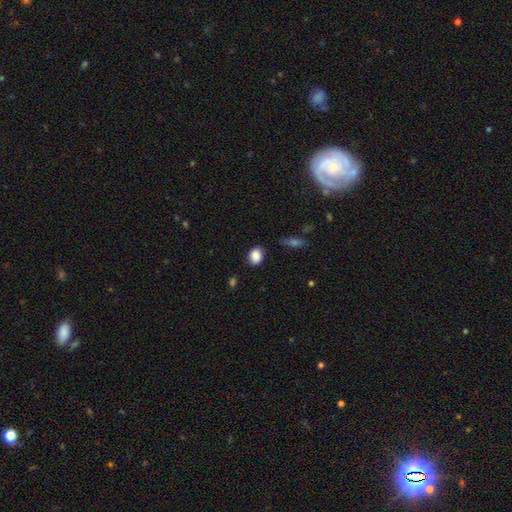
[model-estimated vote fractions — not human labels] The model was most divided on "how rounded": in between: 50%, round: 49%, cigar-shaped: 1%. More confident: smooth or featured — smooth (86%); merging — none (80%).